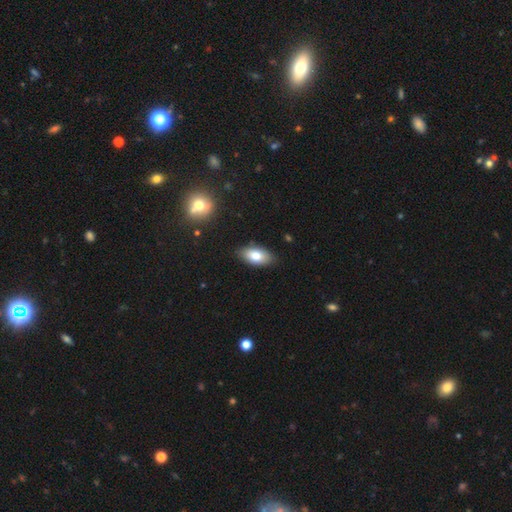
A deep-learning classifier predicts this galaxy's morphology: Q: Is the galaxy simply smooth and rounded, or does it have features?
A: smooth — 81%.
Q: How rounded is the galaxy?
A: in between — 92%.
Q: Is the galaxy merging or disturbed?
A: none — 85%.